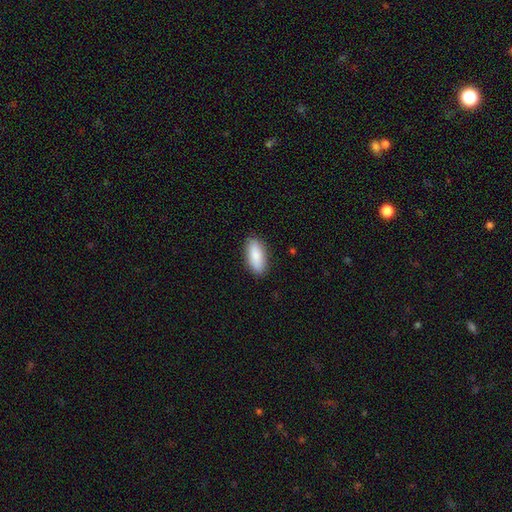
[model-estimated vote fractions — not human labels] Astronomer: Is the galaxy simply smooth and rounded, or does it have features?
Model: smooth — 86%.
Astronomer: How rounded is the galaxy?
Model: in between — 81%.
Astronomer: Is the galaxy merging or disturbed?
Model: none — 88%.